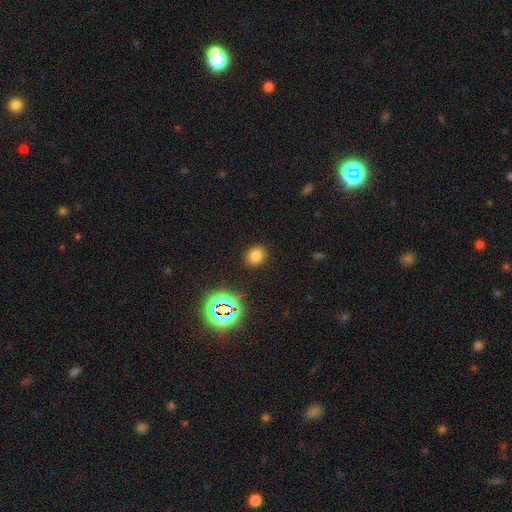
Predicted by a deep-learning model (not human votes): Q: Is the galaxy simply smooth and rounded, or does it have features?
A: smooth — 73%.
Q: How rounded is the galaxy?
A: round — 63%.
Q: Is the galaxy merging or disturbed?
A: none — 88%.